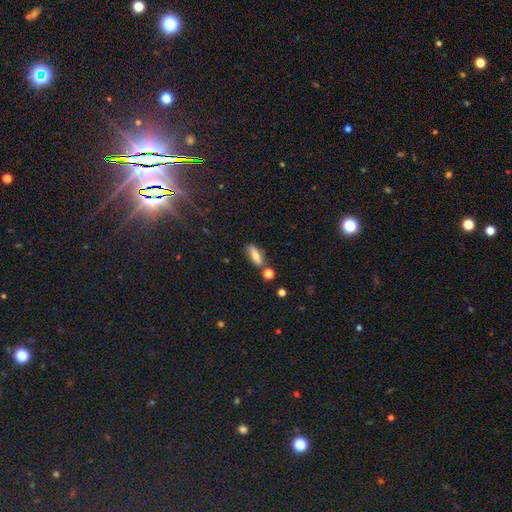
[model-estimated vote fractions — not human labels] smooth-or-featured: smooth: 78% | featured or disk: 12% | star or artifact: 10%
  how-rounded: in between: 57% | cigar-shaped: 38% | round: 4%
  merging: none: 65% | minor disturbance: 19% | merger: 11% | major disturbance: 6%